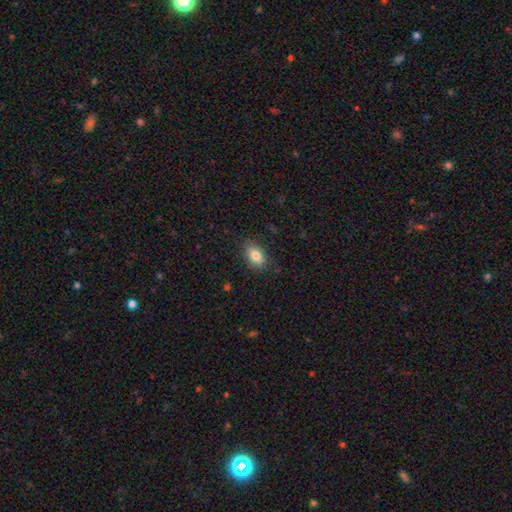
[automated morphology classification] This appears to be a smooth galaxy with no disk features (83%) that is in between round and cigar-shaped (88%). Merging: none (82%).